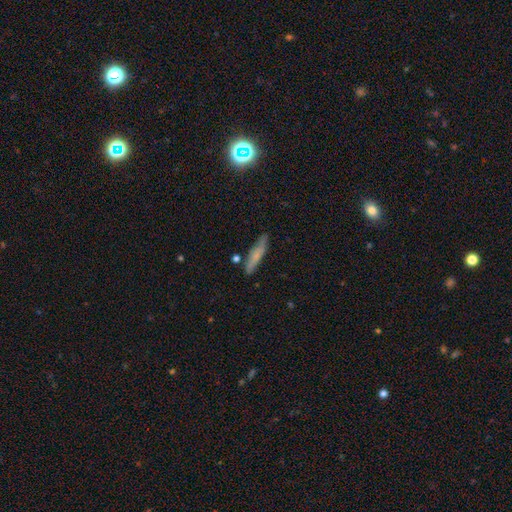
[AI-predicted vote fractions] The model was most divided on "smooth or featured": smooth: 66%, featured or disk: 26%, star or artifact: 8%. More confident: how rounded — cigar-shaped (85%); merging — none (78%).